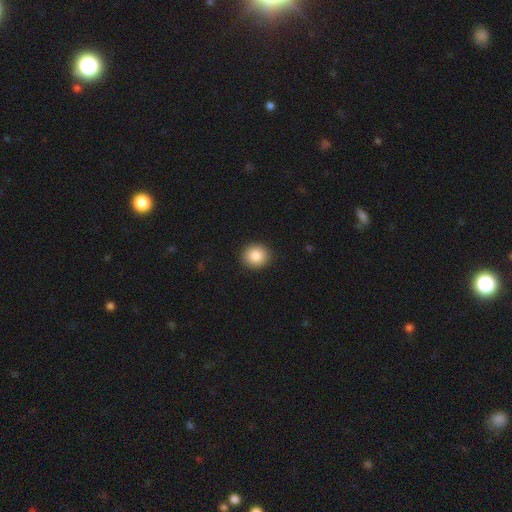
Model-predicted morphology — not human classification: The model was most divided on "how rounded": round: 85%, in between: 14%, cigar-shaped: 1%. More confident: merging — none (91%); smooth or featured — smooth (87%).